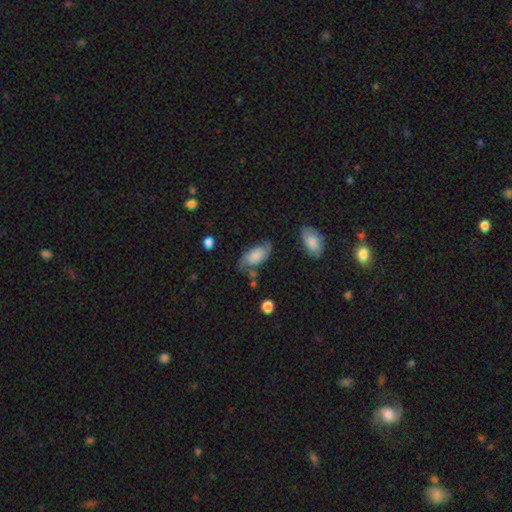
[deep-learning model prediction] Smooth or featured?
  - featured or disk: 47% *
  - smooth: 45%
  - star or artifact: 8%
Merging?
  - none: 56% *
  - minor disturbance: 28%
  - major disturbance: 11%
  - merger: 6%